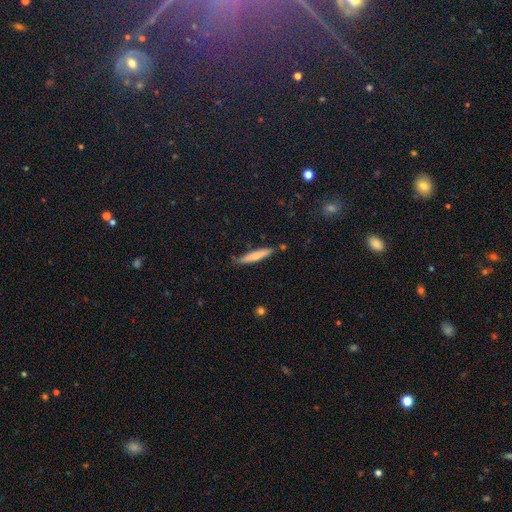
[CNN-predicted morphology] Smooth or featured?
  - smooth: 69% *
  - featured or disk: 25%
  - star or artifact: 6%
How rounded?
  - cigar-shaped: 92% *
  - in between: 7%
  - round: 1%
Merging?
  - none: 79% *
  - minor disturbance: 15%
  - merger: 3%
  - major disturbance: 3%